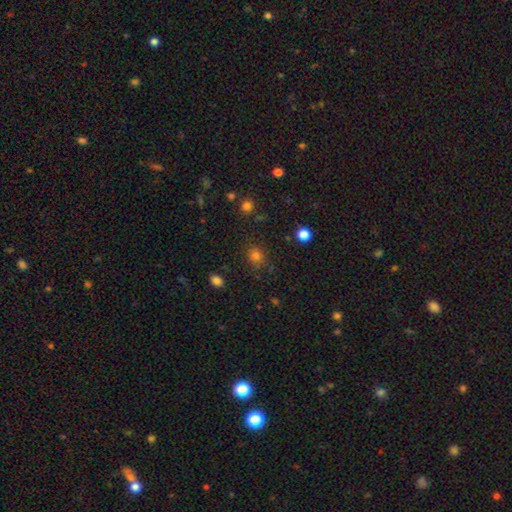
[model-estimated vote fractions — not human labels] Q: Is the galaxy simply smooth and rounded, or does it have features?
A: smooth — 77%.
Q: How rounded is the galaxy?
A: round — 73%.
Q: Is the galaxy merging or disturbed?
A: none — 82%.